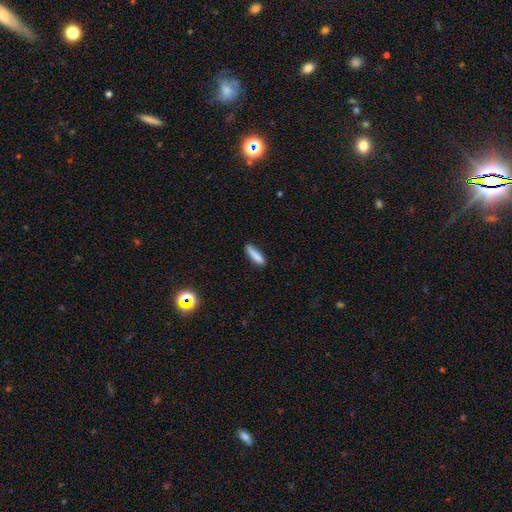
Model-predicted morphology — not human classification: Smooth or featured?
  - smooth: 85% *
  - star or artifact: 7%
  - featured or disk: 7%
How rounded?
  - cigar-shaped: 68% *
  - in between: 30%
  - round: 2%
Merging?
  - none: 78% *
  - minor disturbance: 17%
  - major disturbance: 3%
  - merger: 2%